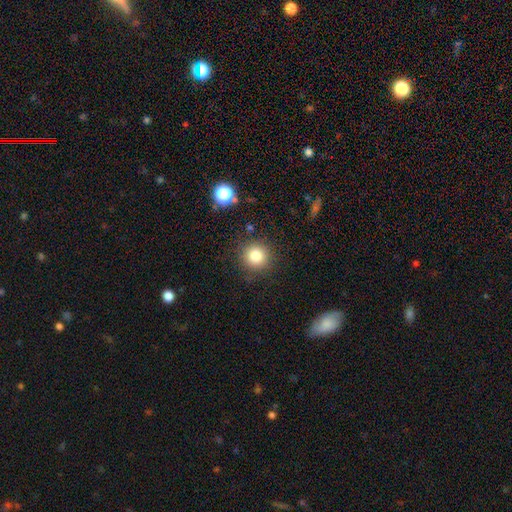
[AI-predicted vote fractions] Smooth or featured? smooth (80%)
How rounded? round (94%)
Merging? none (88%)